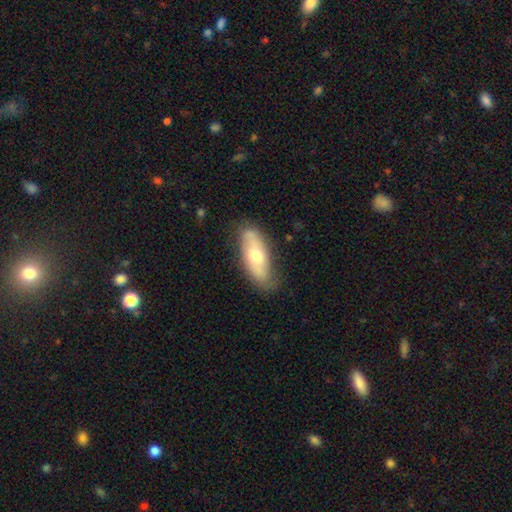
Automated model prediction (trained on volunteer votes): smooth_or_featured: smooth (p=0.50) [alt: featured or disk p=0.45]
merging: none (p=0.75) [alt: minor disturbance p=0.19]